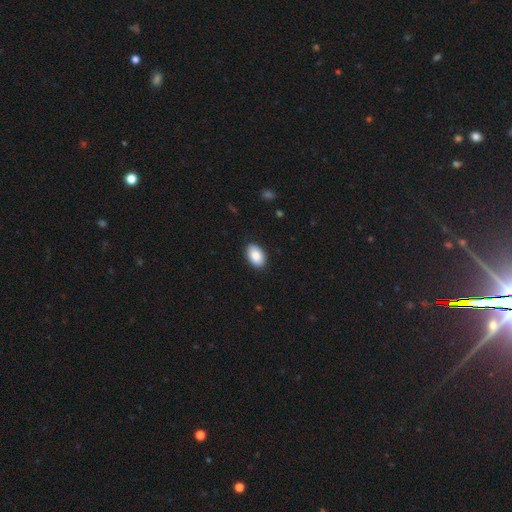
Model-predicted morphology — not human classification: The model was most divided on "merging": none: 89%, minor disturbance: 8%, major disturbance: 2%, merger: 1%. More confident: how rounded — in between (91%); smooth or featured — smooth (89%).